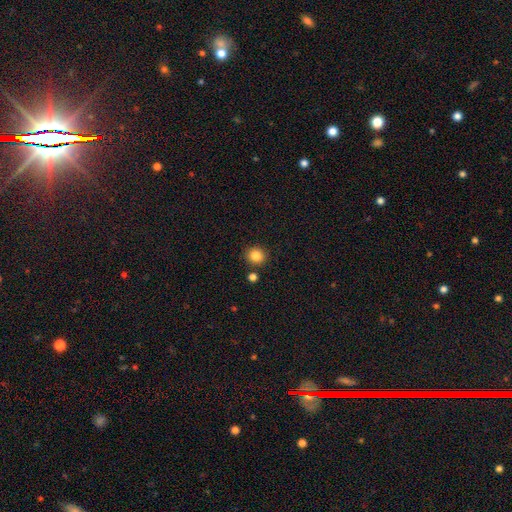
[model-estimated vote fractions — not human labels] This is clearly a smooth galaxy (85%). How rounded: clearly round (87%). Merging: clearly none (87%).